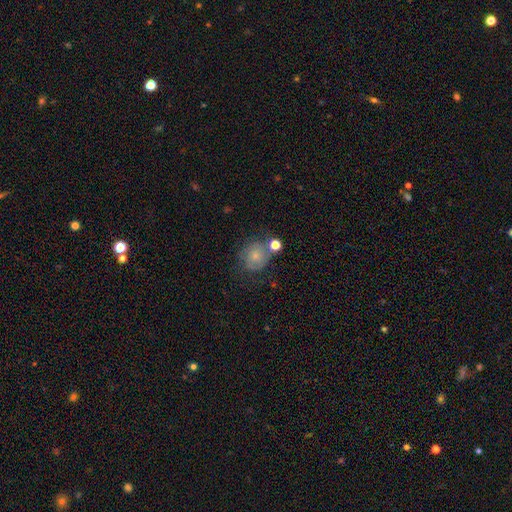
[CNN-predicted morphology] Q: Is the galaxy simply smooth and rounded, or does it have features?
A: smooth — 67%.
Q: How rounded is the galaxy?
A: round — 77%.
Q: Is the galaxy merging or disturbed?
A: none — 56%.